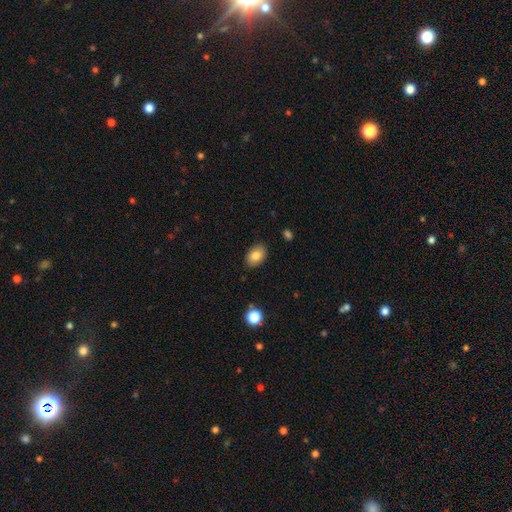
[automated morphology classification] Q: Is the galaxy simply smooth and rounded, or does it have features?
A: smooth — 83%.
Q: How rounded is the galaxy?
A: in between — 82%.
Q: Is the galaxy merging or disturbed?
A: none — 87%.